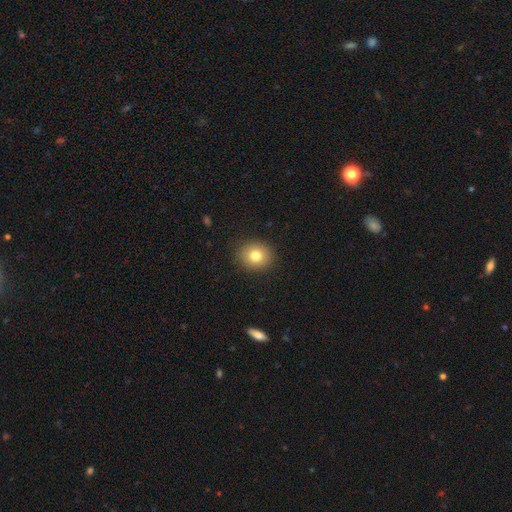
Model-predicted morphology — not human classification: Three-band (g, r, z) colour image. It shows a smooth galaxy with no disk features (79%) that is round (75%). Merging: none (90%).